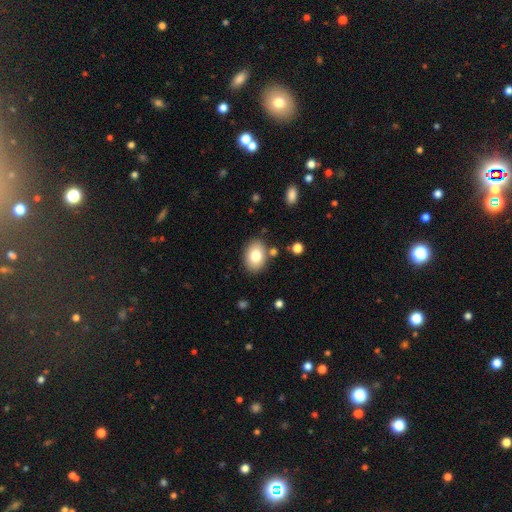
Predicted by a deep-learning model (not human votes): The model was most divided on "how rounded": in between: 78%, round: 21%, cigar-shaped: 1%. More confident: merging — none (83%); smooth or featured — smooth (79%).